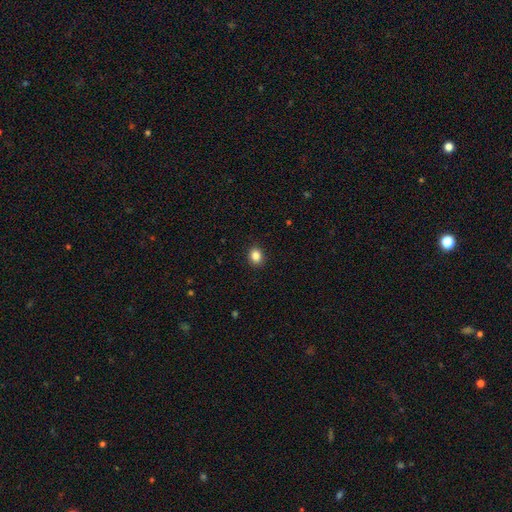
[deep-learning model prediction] Smooth or featured? smooth (86%)
How rounded? round (63%)
Merging? none (91%)